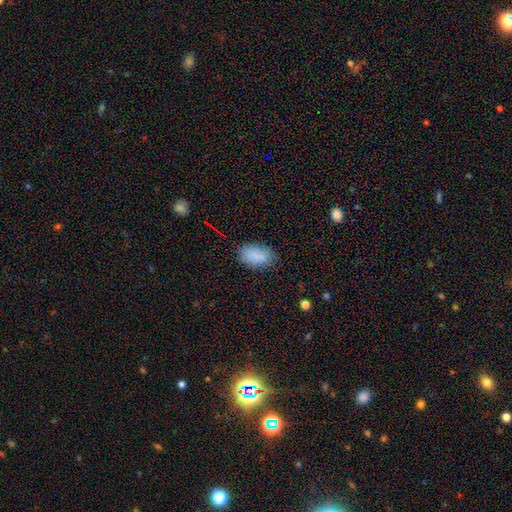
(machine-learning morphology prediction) Smooth or featured: smooth — 87% (star or artifact — 9%)
How rounded: in between — 92% (round — 6%)
Merging: none — 80% (minor disturbance — 15%)